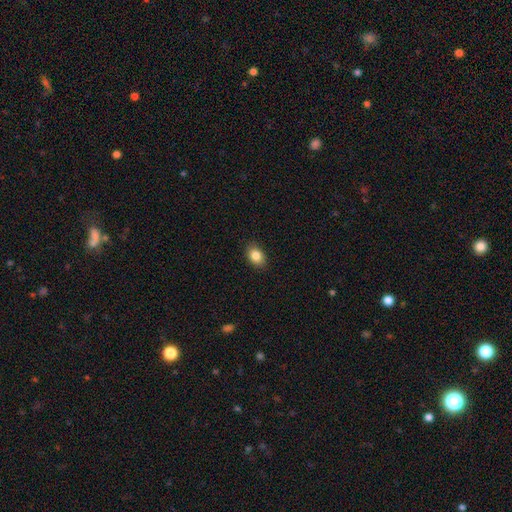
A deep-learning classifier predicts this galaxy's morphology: Q: Smooth or featured?
A: smooth (85%); runner-up: star or artifact (9%)
Q: How rounded?
A: in between (76%); runner-up: round (23%)
Q: Merging?
A: none (88%); runner-up: minor disturbance (9%)